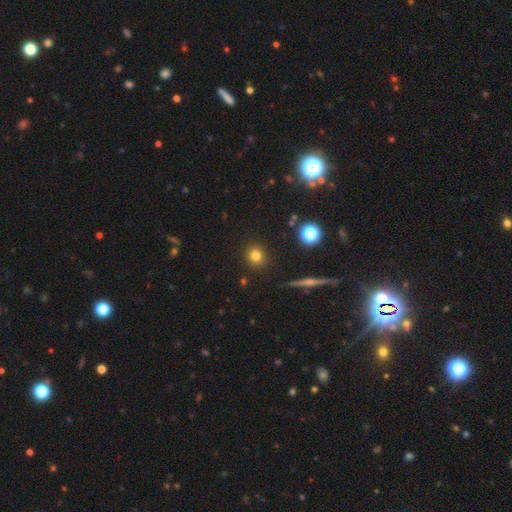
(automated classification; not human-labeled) Morphology: type=smooth (78%); roundness=round (84%); merging=none (90%).